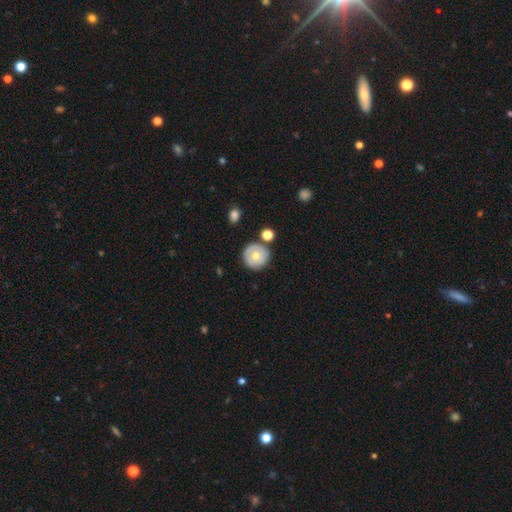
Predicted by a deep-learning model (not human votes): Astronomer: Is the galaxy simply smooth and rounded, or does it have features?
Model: smooth — 59%.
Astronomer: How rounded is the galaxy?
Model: round — 94%.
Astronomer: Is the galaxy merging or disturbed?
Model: none — 78%.